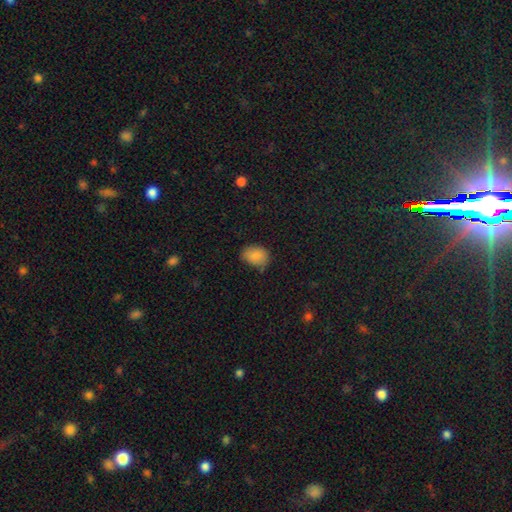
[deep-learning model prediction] smooth 85%, star or artifact 9%, featured or disk 6%. Down the decision tree: how rounded — in between (65%); merging — none (62%).